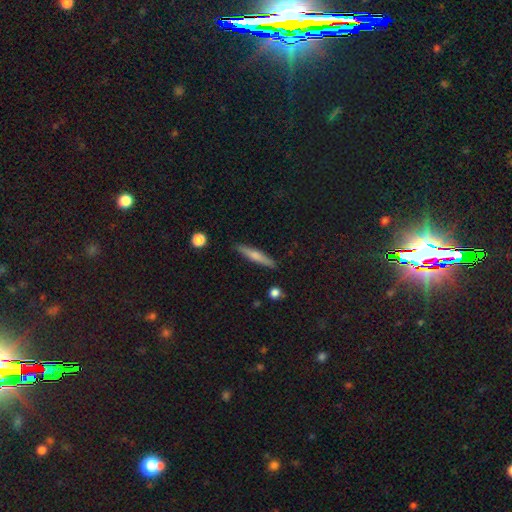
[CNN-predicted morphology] A smooth galaxy with no disk features (55%) that is cigar-shaped (90%). Merging: none (89%).